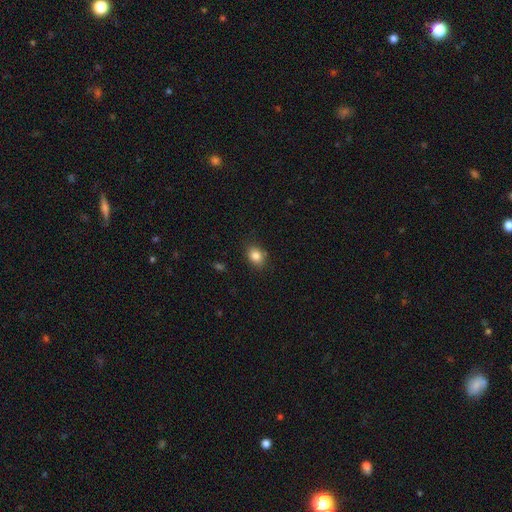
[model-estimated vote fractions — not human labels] Q: Smooth or featured?
A: smooth (85%); runner-up: star or artifact (9%)
Q: How rounded?
A: in between (59%); runner-up: round (40%)
Q: Merging?
A: none (83%); runner-up: minor disturbance (12%)